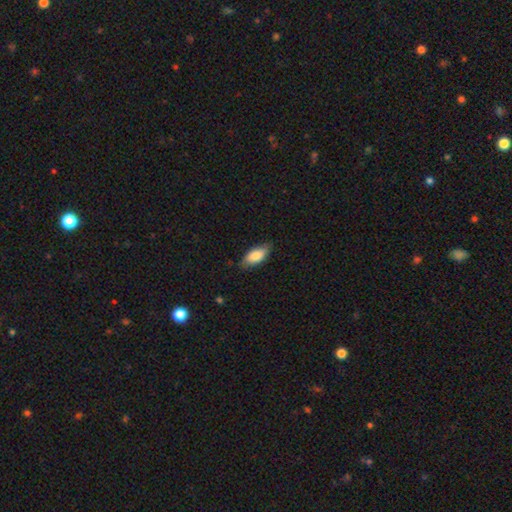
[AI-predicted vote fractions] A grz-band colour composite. It shows a smooth galaxy with no disk features (83%) that is in between round and cigar-shaped (87%). Merging: none (77%).